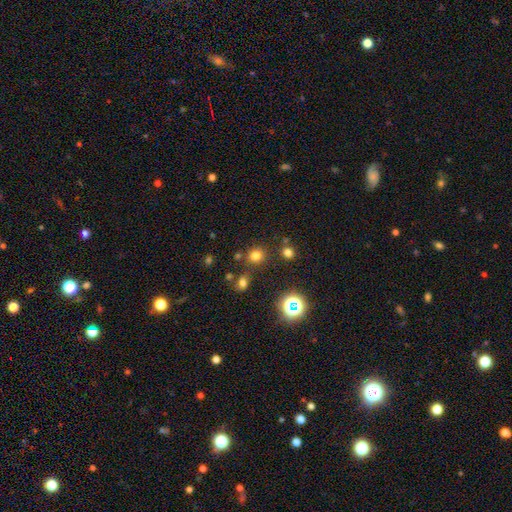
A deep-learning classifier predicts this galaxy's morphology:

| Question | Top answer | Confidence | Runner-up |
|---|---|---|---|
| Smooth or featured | smooth | 72% | star or artifact (22%) |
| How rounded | round | 82% | in between (17%) |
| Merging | none | 78% | minor disturbance (9%) |